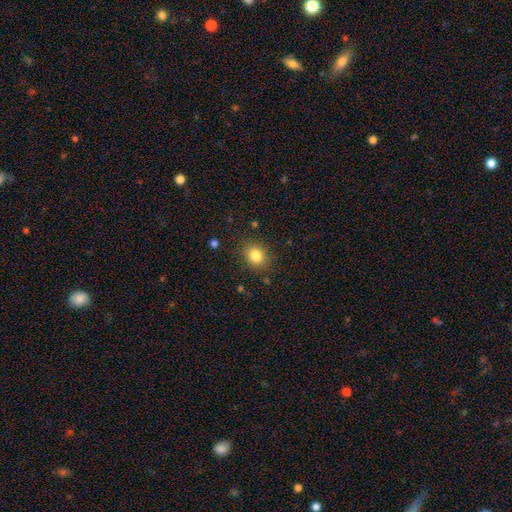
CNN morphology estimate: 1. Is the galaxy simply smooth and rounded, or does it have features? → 82% smooth, 11% star or artifact, 6% featured or disk.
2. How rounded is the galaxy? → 67% round, 32% in between, 1% cigar-shaped.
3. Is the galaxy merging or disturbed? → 85% none, 10% minor disturbance, 3% major disturbance, 1% merger.